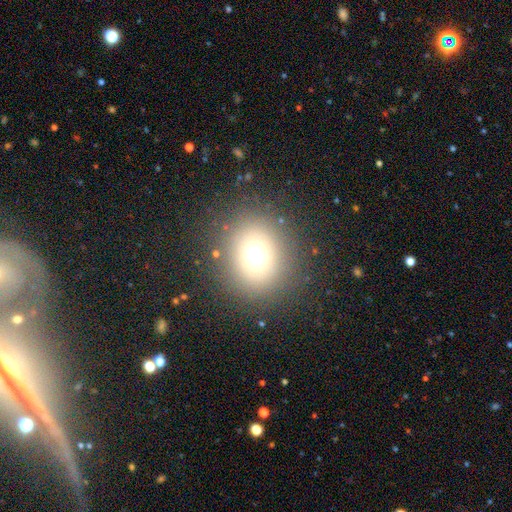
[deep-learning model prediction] This appears to be a smooth galaxy with no disk features (67%) that is round (83%). Merging: none (85%).